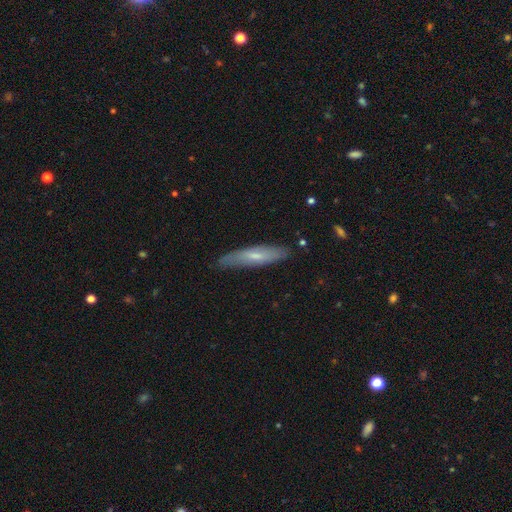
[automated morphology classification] The model was most divided on "smooth or featured": smooth: 54%, featured or disk: 40%, star or artifact: 6%. More confident: merging — none (81%); how rounded — cigar-shaped (77%).